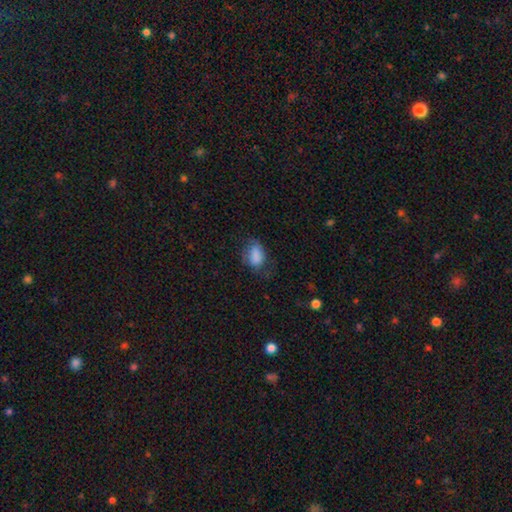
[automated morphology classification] smooth-or-featured: smooth: 81% | featured or disk: 11% | star or artifact: 8%
  how-rounded: in between: 86% | round: 12% | cigar-shaped: 2%
  merging: none: 45% | minor disturbance: 32% | major disturbance: 21% | merger: 2%